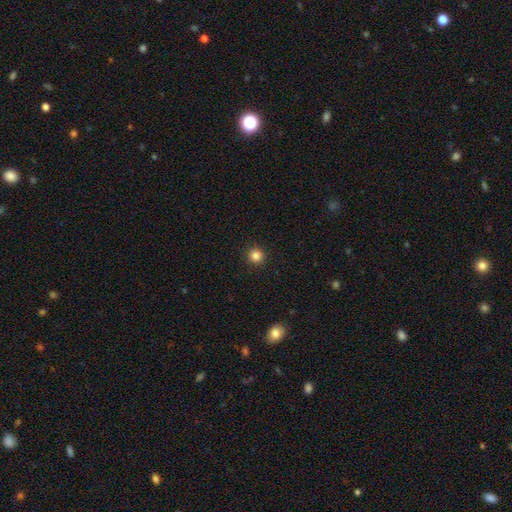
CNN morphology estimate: smooth 84%, star or artifact 12%, featured or disk 4%. Down the decision tree: how rounded — round (95%); merging — none (93%).